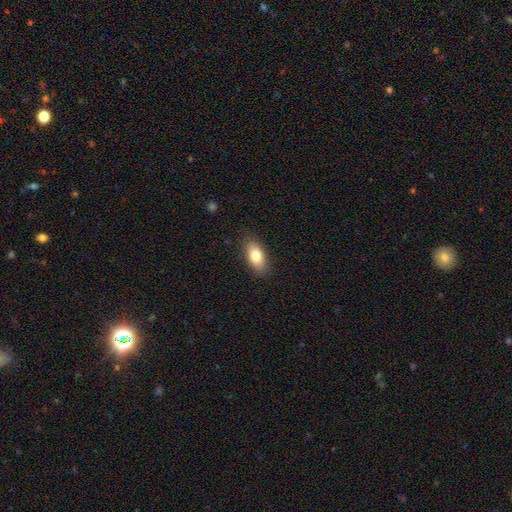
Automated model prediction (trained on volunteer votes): Morphology: type=smooth (79%); roundness=in between (88%); merging=none (86%).